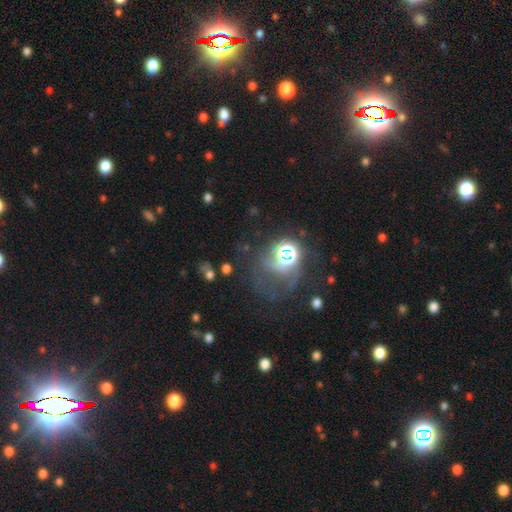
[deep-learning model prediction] This appears to be a star or artifact, not a galaxy (49%).